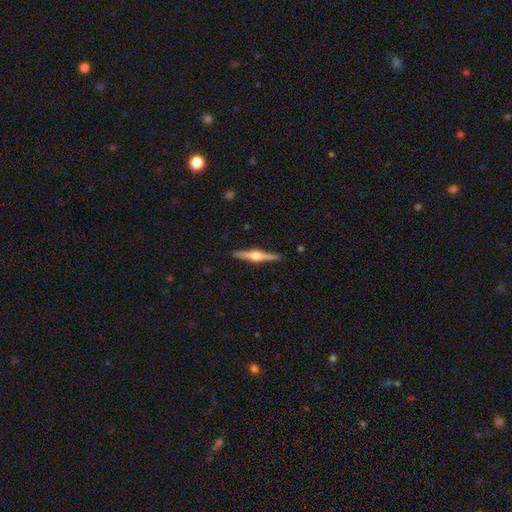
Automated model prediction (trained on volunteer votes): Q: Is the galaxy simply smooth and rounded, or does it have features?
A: featured or disk — 80%.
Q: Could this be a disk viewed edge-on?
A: yes — 98%.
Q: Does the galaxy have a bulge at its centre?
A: rounded — 94%.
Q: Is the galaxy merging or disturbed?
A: none — 92%.